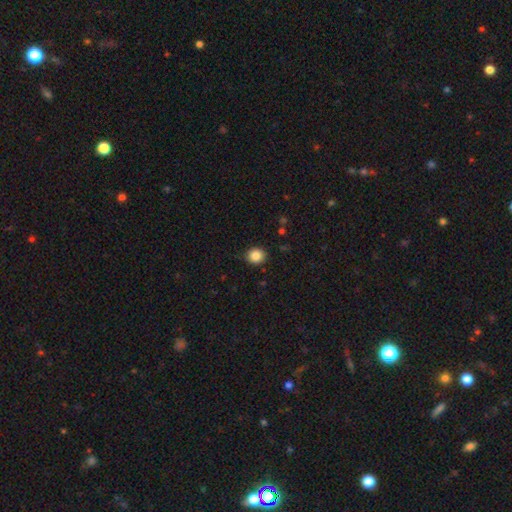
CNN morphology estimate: smooth_or_featured: smooth (p=0.86) [alt: star or artifact p=0.10]
how_rounded: round (p=0.87) [alt: in between p=0.12]
merging: none (p=0.88) [alt: minor disturbance p=0.09]